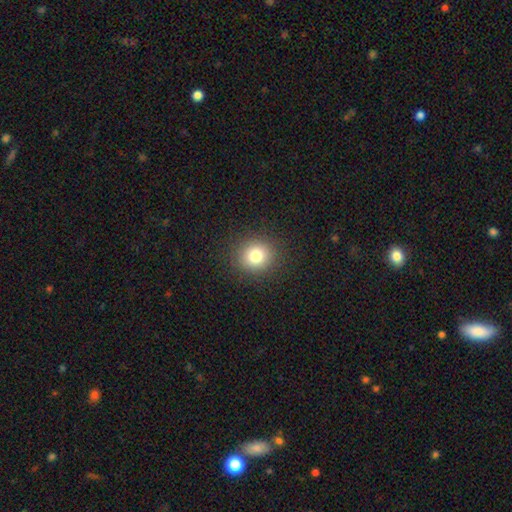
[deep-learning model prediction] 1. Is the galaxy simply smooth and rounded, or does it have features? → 79% smooth, 13% star or artifact, 8% featured or disk.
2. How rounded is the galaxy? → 87% round, 12% in between, 1% cigar-shaped.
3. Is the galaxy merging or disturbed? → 91% none, 6% minor disturbance, 2% major disturbance, 1% merger.